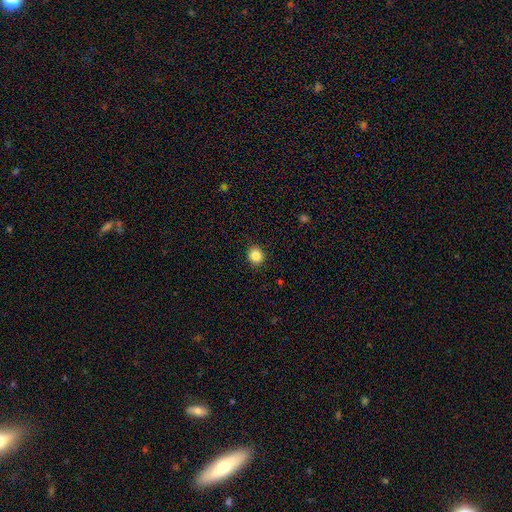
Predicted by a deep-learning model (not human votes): Smooth or featured?
  - smooth: 87% *
  - star or artifact: 10%
  - featured or disk: 3%
How rounded?
  - round: 83% *
  - in between: 16%
  - cigar-shaped: 1%
Merging?
  - none: 90% *
  - minor disturbance: 7%
  - major disturbance: 2%
  - merger: 1%